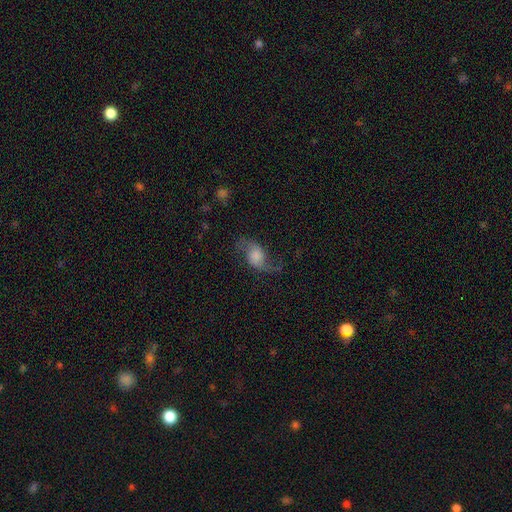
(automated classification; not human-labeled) This is likely a featured or disk galaxy (74%). It is clearly not viewed edge-on (96%). Bar: possibly no (60%). Spiral arm pattern: clearly yes (94%). Spiral arm count: clearly 2 (92%). Spiral winding: likely loose (78%). Central bulge: marginally large (28%). Merging: likely none (70%).